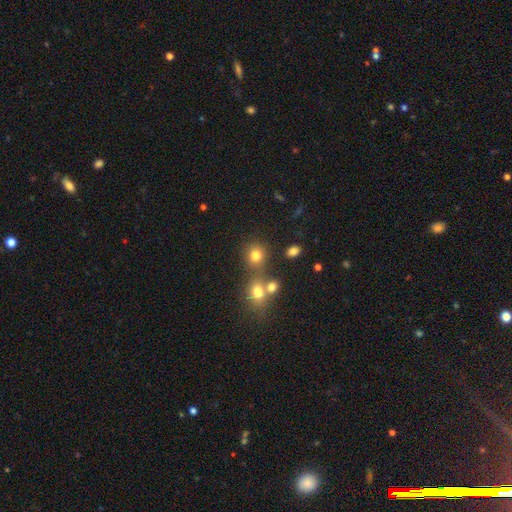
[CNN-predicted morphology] A smooth galaxy with no disk features (76%) that is round (79%).

Vote fractions:
- Smooth or featured? smooth: 76% / star or artifact: 16% / featured or disk: 8%
- How rounded? round: 79% / in between: 20% / cigar-shaped: 1%
- Merging? none: 62% / merger: 24% / minor disturbance: 10% / major disturbance: 4%